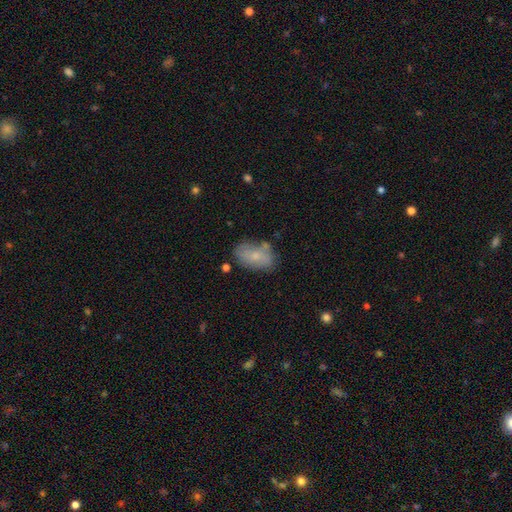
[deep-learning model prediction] A smooth galaxy with no disk features (70%) that is in between round and cigar-shaped (90%). Merging: none (64%).